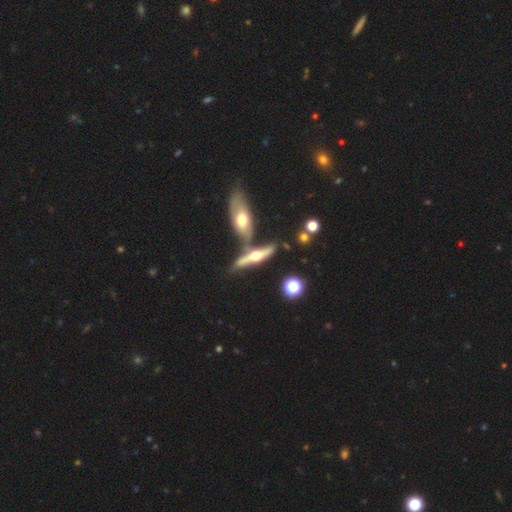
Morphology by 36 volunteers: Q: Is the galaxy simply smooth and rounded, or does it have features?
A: featured or disk — 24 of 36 (67%).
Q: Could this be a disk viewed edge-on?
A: yes — 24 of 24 (100%).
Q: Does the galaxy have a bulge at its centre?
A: rounded — 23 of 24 (96%).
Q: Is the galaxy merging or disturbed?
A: merger — 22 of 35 (63%).